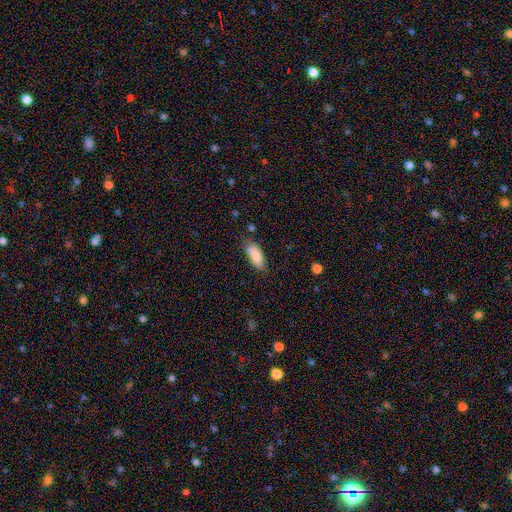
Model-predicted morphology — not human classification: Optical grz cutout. It shows a smooth galaxy with no disk features (79%) that is in between round and cigar-shaped (83%). Merging: none (65%).